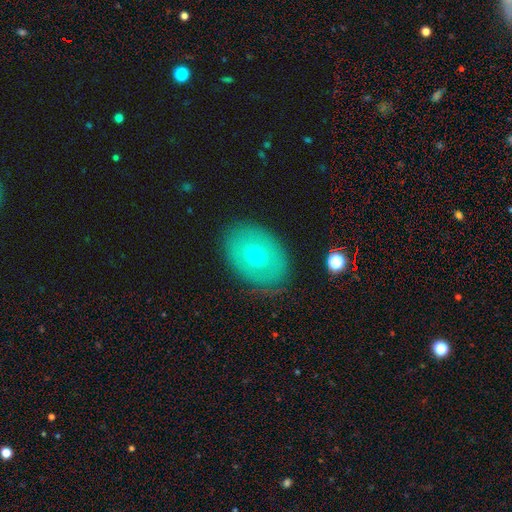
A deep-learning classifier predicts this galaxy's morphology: Smooth or featured? Predicted: smooth (p=0.55). How rounded? Predicted: in between (p=0.72). Merging? Predicted: none (p=0.80).